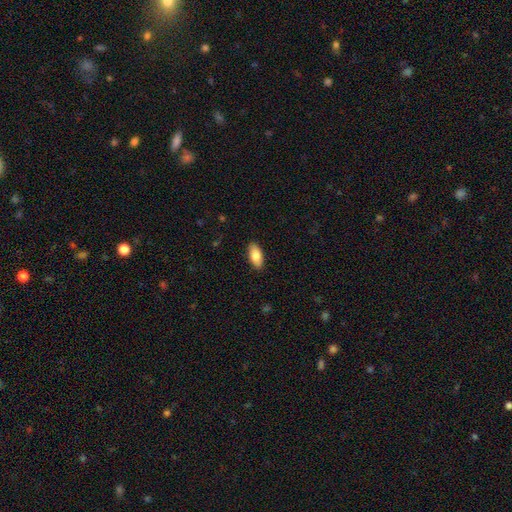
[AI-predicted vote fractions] smooth_or_featured: smooth (p=0.83) [alt: featured or disk p=0.11]
how_rounded: in between (p=0.89) [alt: cigar-shaped p=0.09]
merging: none (p=0.89) [alt: minor disturbance p=0.08]